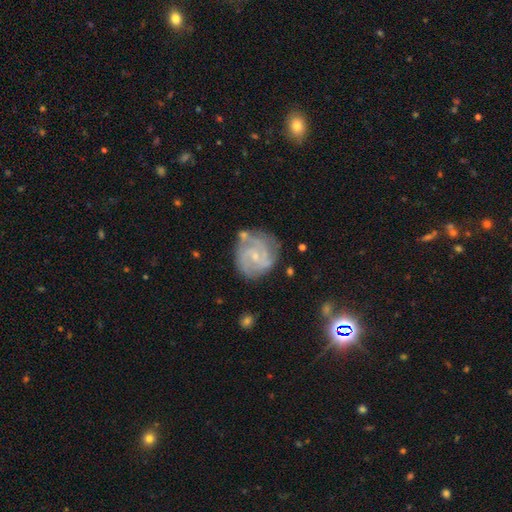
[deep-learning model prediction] A featured or disk galaxy (84%) with no bar (53%), 2 (38%) tight (52%) spiral arms (95%) and a small central bulge (75%).

Vote fractions:
- Smooth or featured? featured or disk: 84% / smooth: 11% / star or artifact: 6%
- Edge-on disk? no: 98% / yes: 2%
- Bar? no: 53% / weak: 40% / strong: 7%
- Spiral arms? yes: 95% / no: 5%
- Spiral winding? tight: 52% / medium: 39% / loose: 9%
- Spiral arm count? 2: 38% / 3: 29% / can't tell: 19% / 4: 7% / 1: 4% / more than 4: 4%
- Bulge size? small: 75% / moderate: 20% / none: 3% / large: 1% / dominant: 1%
- Merging? none: 65% / minor disturbance: 22% / major disturbance: 8% / merger: 6%